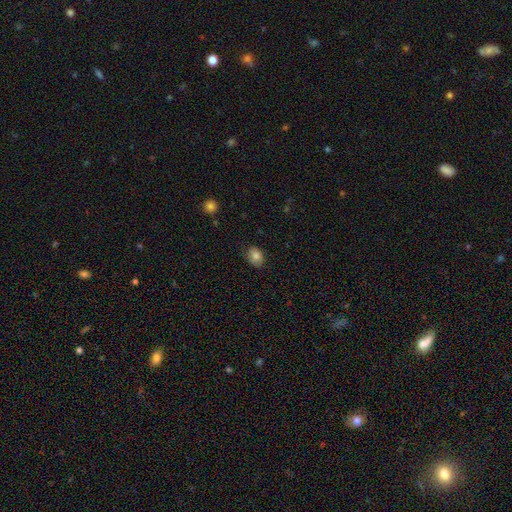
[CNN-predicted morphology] Overall: smooth (83%). How rounded: in between (70%). Merging: none (78%).